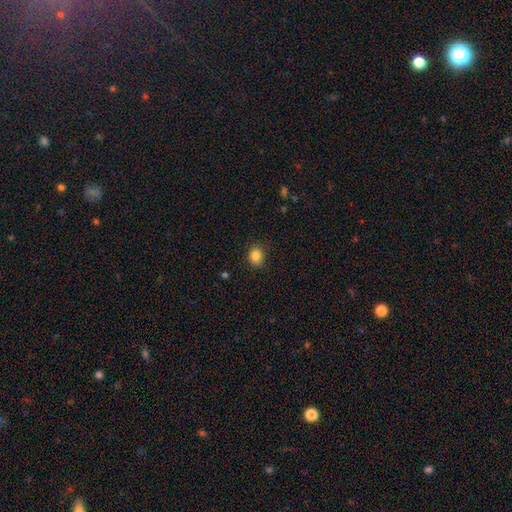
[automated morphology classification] A smooth galaxy with no disk features (84%) that is round (58%).

Vote fractions:
- Smooth or featured? smooth: 84% / star or artifact: 11% / featured or disk: 5%
- How rounded? round: 58% / in between: 41% / cigar-shaped: 1%
- Merging? none: 87% / minor disturbance: 10% / major disturbance: 2% / merger: 1%